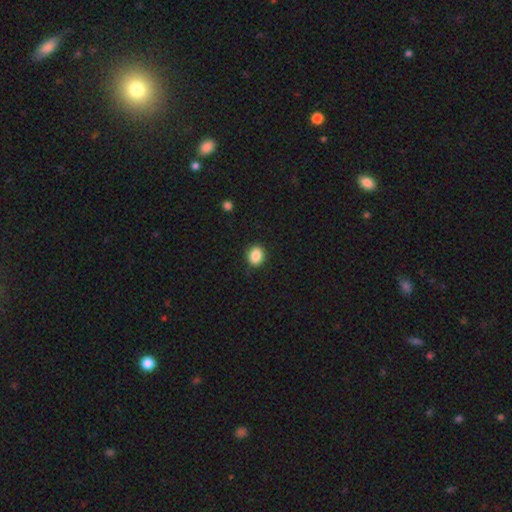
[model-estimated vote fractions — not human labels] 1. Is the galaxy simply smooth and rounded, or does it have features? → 88% smooth, 9% star or artifact, 3% featured or disk.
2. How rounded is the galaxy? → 53% round, 46% in between, 1% cigar-shaped.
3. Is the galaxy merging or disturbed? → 89% none, 8% minor disturbance, 2% major disturbance, 1% merger.